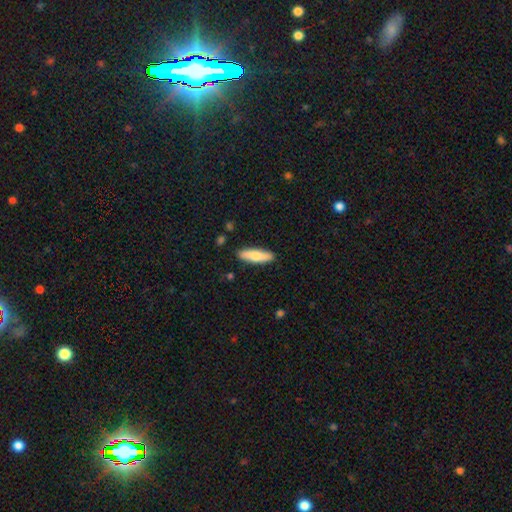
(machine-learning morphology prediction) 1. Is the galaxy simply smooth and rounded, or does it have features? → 74% smooth, 21% featured or disk, 5% star or artifact.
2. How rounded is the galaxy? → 63% cigar-shaped, 35% in between, 2% round.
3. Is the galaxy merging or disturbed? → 88% none, 9% minor disturbance, 2% major disturbance, 1% merger.